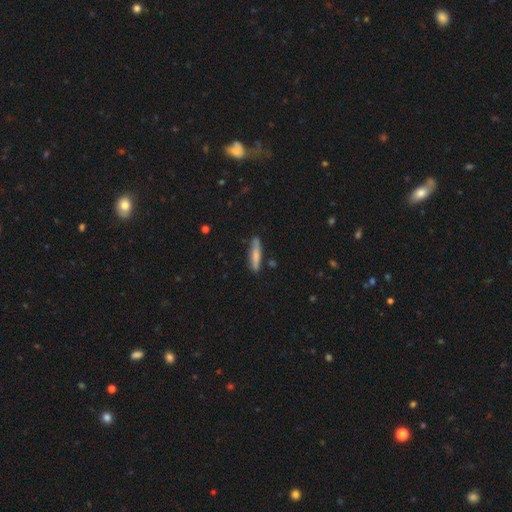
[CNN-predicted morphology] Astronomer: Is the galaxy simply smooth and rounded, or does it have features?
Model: smooth — 70%.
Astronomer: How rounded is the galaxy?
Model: cigar-shaped — 86%.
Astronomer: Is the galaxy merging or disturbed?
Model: none — 82%.